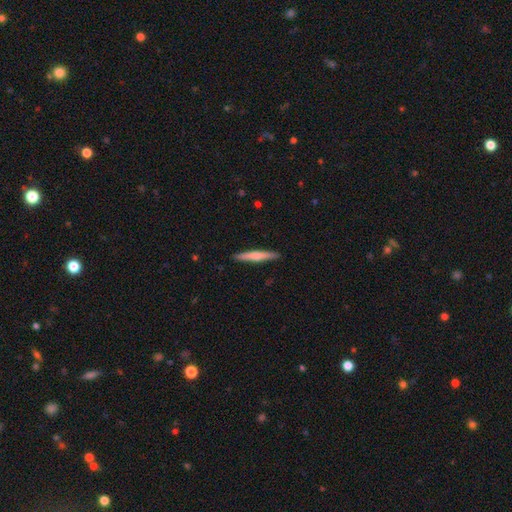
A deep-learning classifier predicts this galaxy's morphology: This appears to be a smooth galaxy with no disk features (57%) that is cigar-shaped (94%). Merging: none (91%).